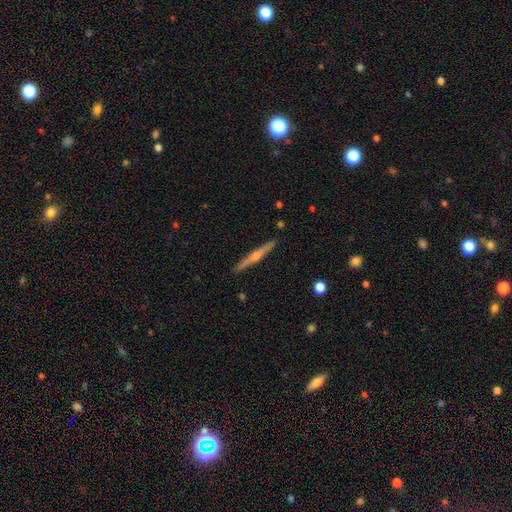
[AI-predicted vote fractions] A featured or disk galaxy (76%) viewed edge-on (98%) with a rounded central bulge (90%).

Vote fractions:
- Smooth or featured? featured or disk: 76% / smooth: 18% / star or artifact: 5%
- Edge-on disk? yes: 98% / no: 2%
- Edge-on bulge? rounded: 90% / none: 7% / boxy: 3%
- Merging? none: 92% / minor disturbance: 6% / major disturbance: 1% / merger: 1%